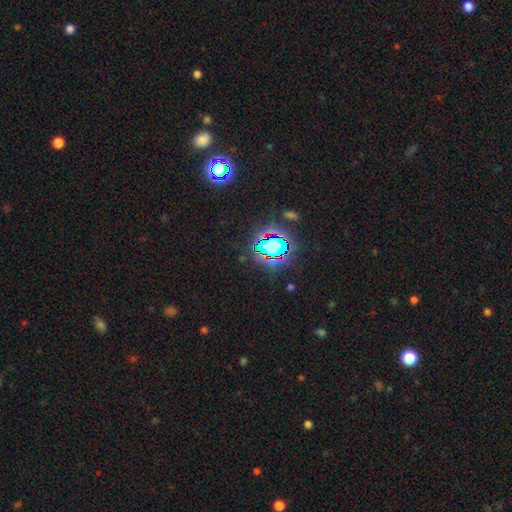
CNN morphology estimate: Smooth or featured: star or artifact — 81% (smooth — 12%)